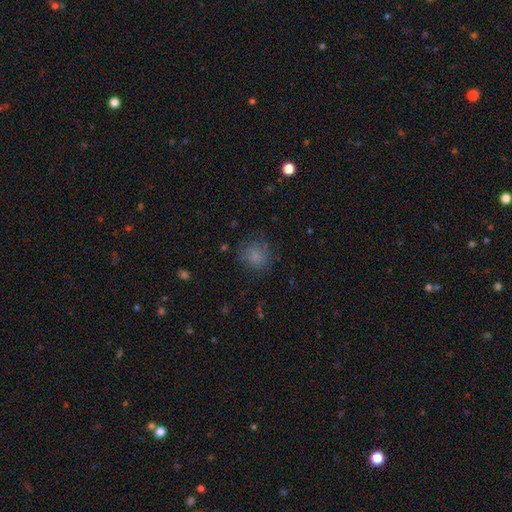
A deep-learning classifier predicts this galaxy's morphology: Q: Smooth or featured?
A: smooth (79%); runner-up: star or artifact (12%)
Q: How rounded?
A: round (80%); runner-up: in between (19%)
Q: Merging?
A: none (70%); runner-up: minor disturbance (19%)